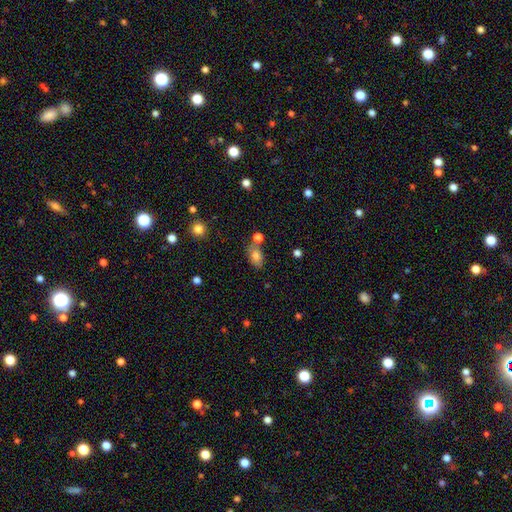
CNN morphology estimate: Q: Smooth or featured?
A: smooth (78%); runner-up: featured or disk (12%)
Q: How rounded?
A: in between (79%); runner-up: round (19%)
Q: Merging?
A: none (61%); runner-up: merger (18%)